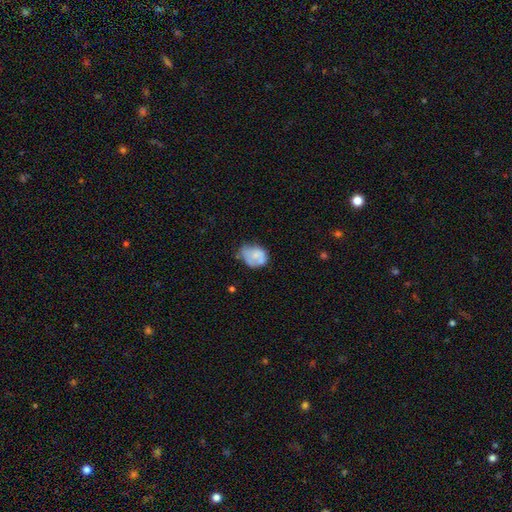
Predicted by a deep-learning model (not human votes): A smooth galaxy with no disk features (60%) that is in between round and cigar-shaped (65%). Merging: none (38%).